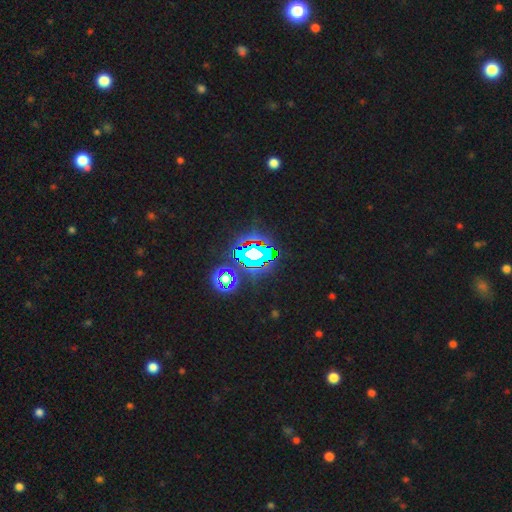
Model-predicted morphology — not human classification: smooth-or-featured: star or artifact: 70% | smooth: 16% | featured or disk: 14%